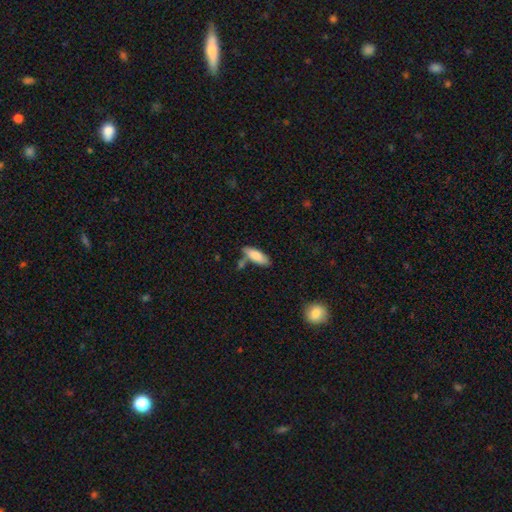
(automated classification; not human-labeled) Overall: smooth (82%). How rounded: in between (65%; cigar-shaped 33%). Merging: none (64%).